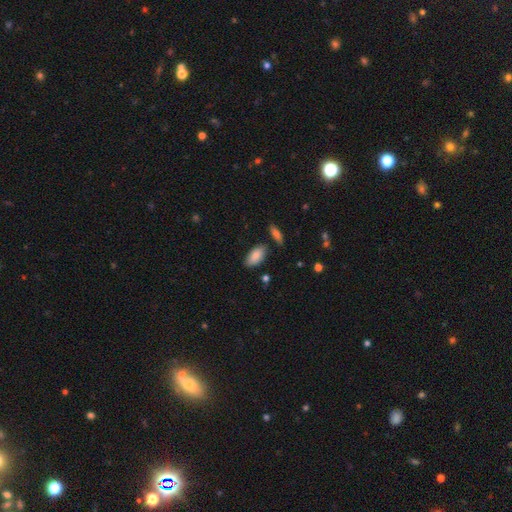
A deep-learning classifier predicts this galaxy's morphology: type=smooth (87%); roundness=in between (93%); merging=none (79%).